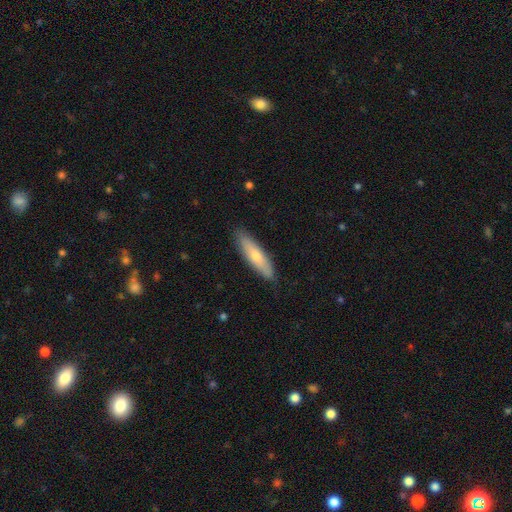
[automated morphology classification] smooth 64%, featured or disk 30%, star or artifact 6%. Down the decision tree: how rounded — cigar-shaped (73%); merging — none (86%).